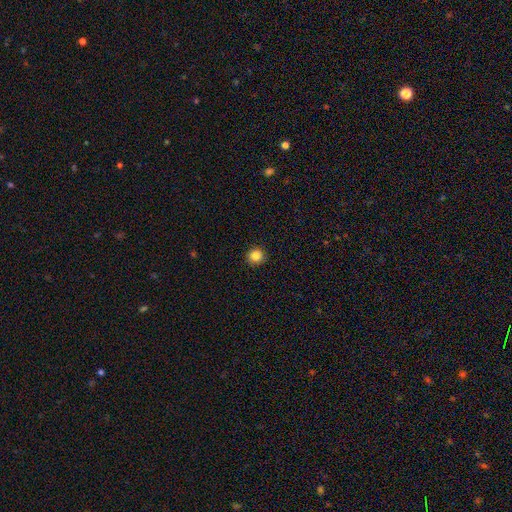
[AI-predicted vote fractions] This is clearly a smooth galaxy (85%). How rounded: clearly round (93%). Merging: clearly none (92%).